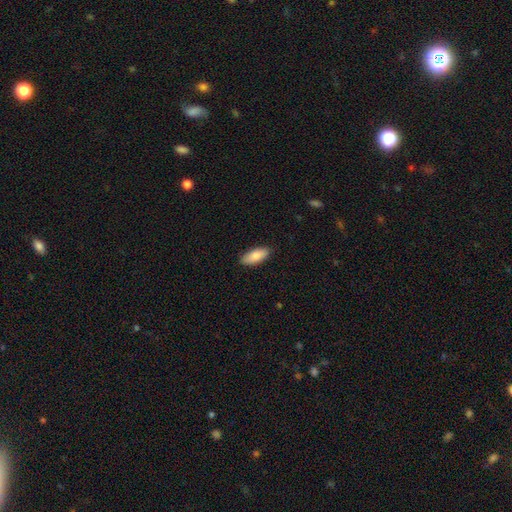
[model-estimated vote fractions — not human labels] smooth 86%, featured or disk 9%, star or artifact 6%. Down the decision tree: how rounded — in between (84%); merging — none (88%).